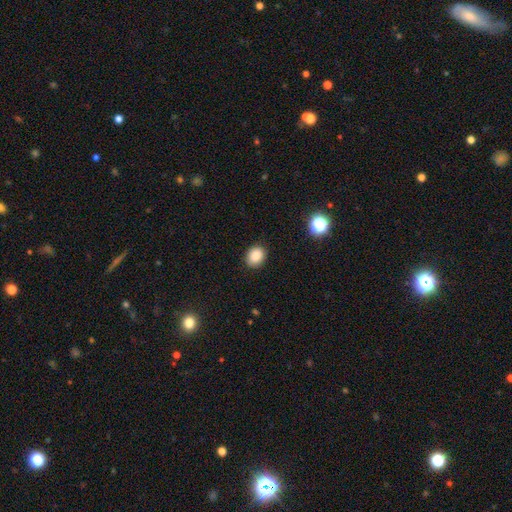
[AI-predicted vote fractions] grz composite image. It shows a smooth galaxy with no disk features (86%) that is in between round and cigar-shaped (51%). Merging: none (89%).